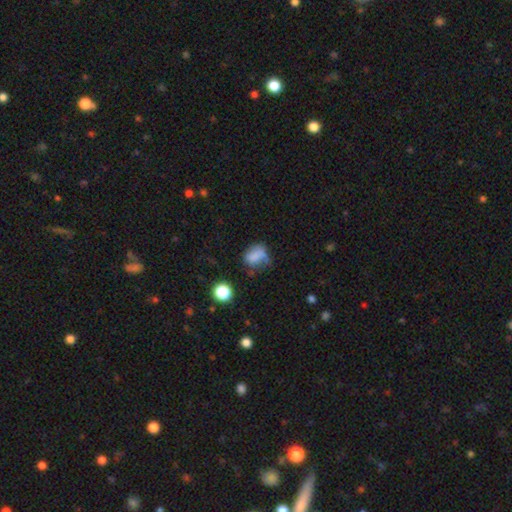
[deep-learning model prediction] Q: Smooth or featured?
A: smooth (66%); runner-up: featured or disk (20%)
Q: How rounded?
A: in between (64%); runner-up: round (33%)
Q: Merging?
A: none (33%); runner-up: major disturbance (30%)